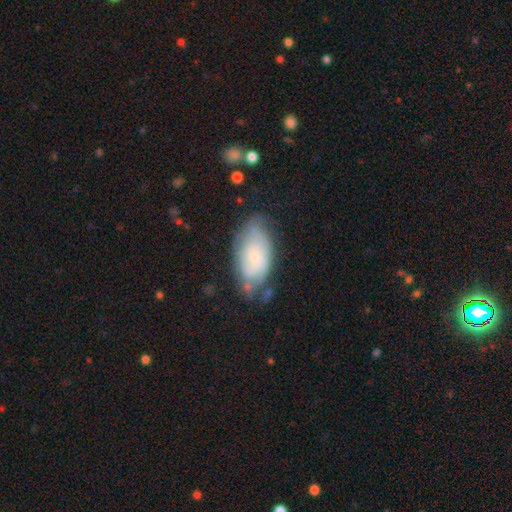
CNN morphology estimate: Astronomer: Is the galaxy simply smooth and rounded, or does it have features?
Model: smooth — 48% (runner-up: featured or disk, 44%).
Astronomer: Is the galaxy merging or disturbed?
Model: none — 56%.